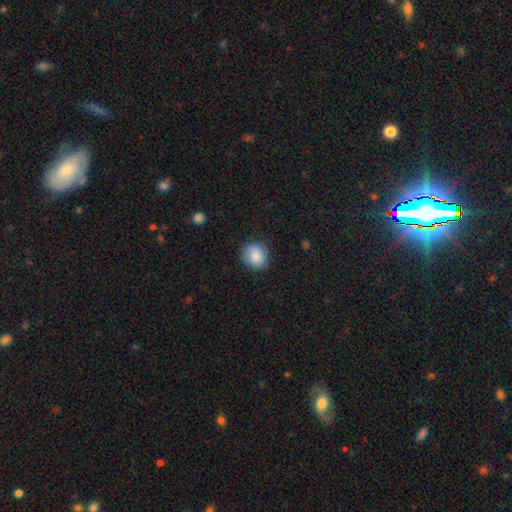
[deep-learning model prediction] Q: Smooth or featured?
A: smooth (85%); runner-up: star or artifact (8%)
Q: How rounded?
A: round (77%); runner-up: in between (22%)
Q: Merging?
A: none (82%); runner-up: minor disturbance (14%)